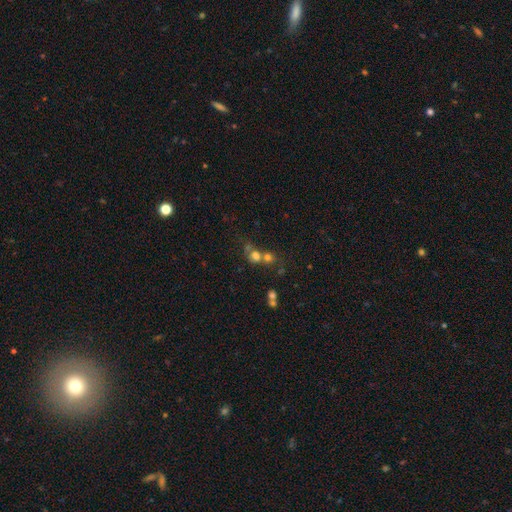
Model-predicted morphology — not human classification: Smooth or featured: smooth — 68% (star or artifact — 18%)
How rounded: round — 78% (in between — 21%)
Merging: merger — 51% (none — 37%)